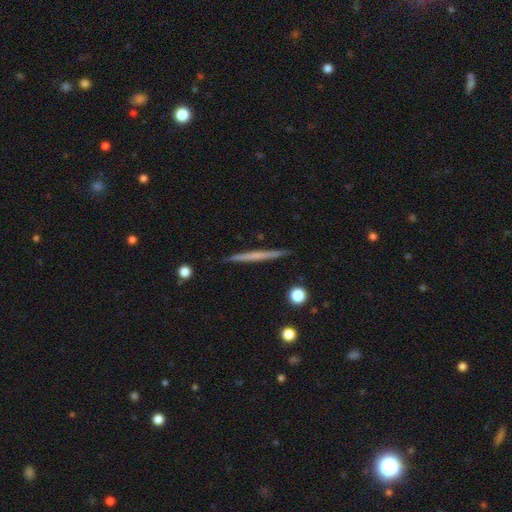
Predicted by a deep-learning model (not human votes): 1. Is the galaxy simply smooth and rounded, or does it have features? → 49% featured or disk, 45% smooth, 6% star or artifact.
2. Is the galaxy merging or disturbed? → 92% none, 6% minor disturbance, 1% merger, 1% major disturbance.